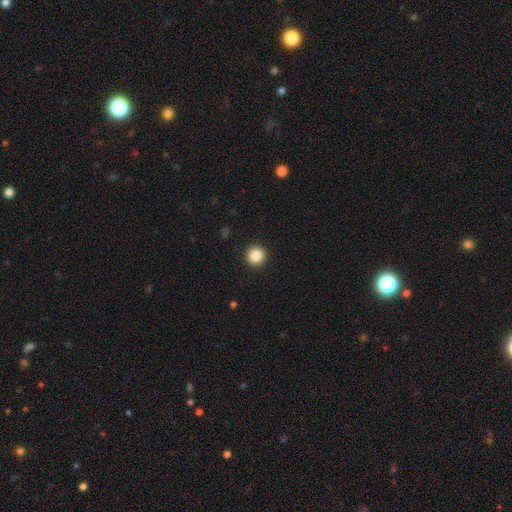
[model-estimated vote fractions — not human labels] Q: Smooth or featured?
A: smooth (87%); runner-up: star or artifact (10%)
Q: How rounded?
A: round (96%); runner-up: in between (3%)
Q: Merging?
A: none (93%); runner-up: minor disturbance (4%)